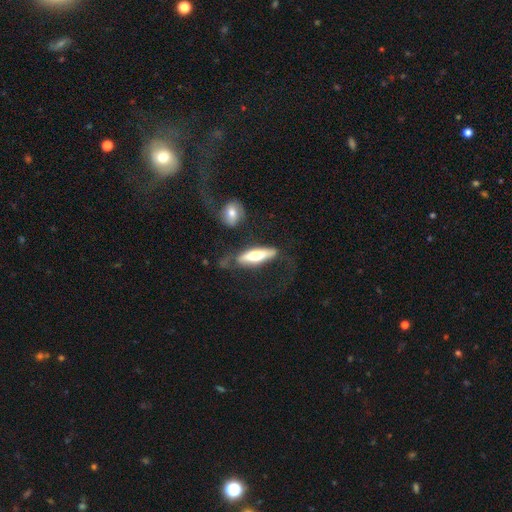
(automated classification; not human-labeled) Q: Smooth or featured?
A: smooth (52%); runner-up: featured or disk (42%)
Q: How rounded?
A: cigar-shaped (63%); runner-up: in between (35%)
Q: Merging?
A: none (45%); runner-up: major disturbance (24%)